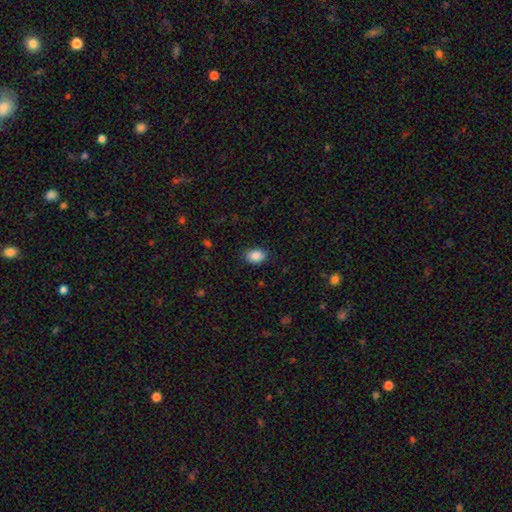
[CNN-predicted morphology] A smooth galaxy with no disk features (88%) that is in between round and cigar-shaped (83%).

Vote fractions:
- Smooth or featured? smooth: 88% / star or artifact: 8% / featured or disk: 4%
- How rounded? in between: 83% / round: 16% / cigar-shaped: 1%
- Merging? none: 86% / minor disturbance: 10% / major disturbance: 3% / merger: 1%